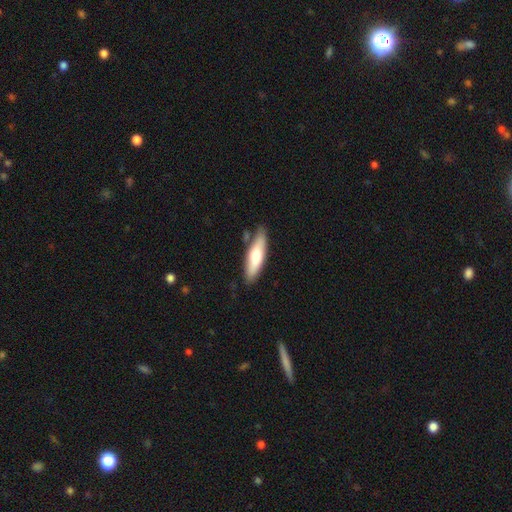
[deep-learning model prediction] This is likely a smooth galaxy (65%). How rounded: possibly cigar-shaped (57%). Merging: likely none (79%).